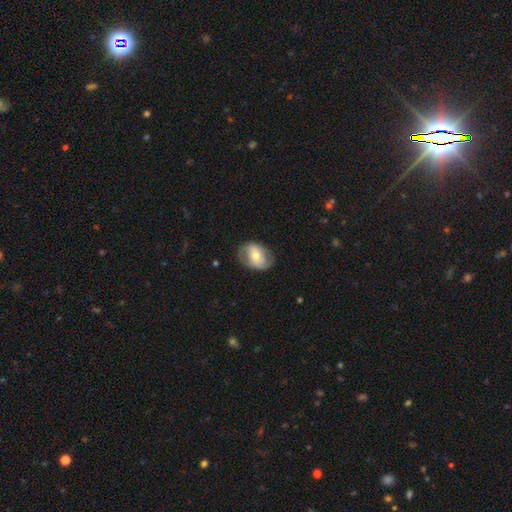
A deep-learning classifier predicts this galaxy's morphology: This is possibly a featured or disk galaxy (56%). It is clearly not viewed edge-on (95%). Bar: possibly no (47%). Spiral arm pattern: likely yes (70%). Central bulge: likely moderate (64%). Merging: likely none (74%).